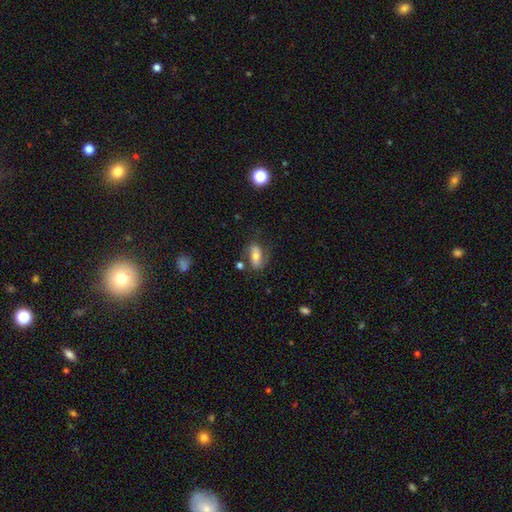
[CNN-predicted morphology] featured or disk 47%, smooth 45%, star or artifact 8%. Down the decision tree: merging — none (60%).